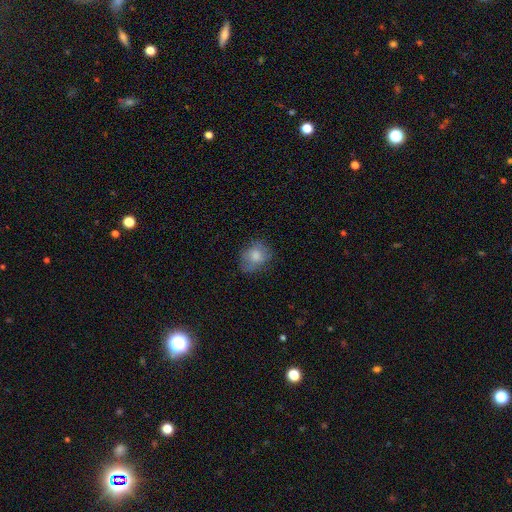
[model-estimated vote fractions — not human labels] This appears to be a smooth galaxy with no disk features (75%) that is round (56%). Merging: none (65%).